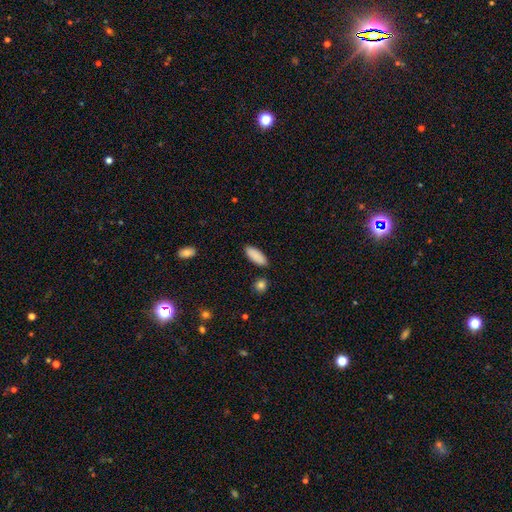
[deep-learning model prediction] smooth-or-featured: smooth: 89% | star or artifact: 6% | featured or disk: 5%
  how-rounded: in between: 74% | cigar-shaped: 24% | round: 2%
  merging: none: 87% | minor disturbance: 9% | merger: 3% | major disturbance: 2%